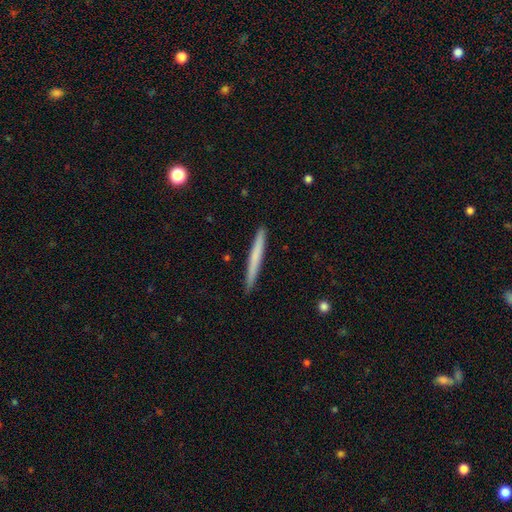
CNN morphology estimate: type=smooth (65%); roundness=cigar-shaped (97%); merging=none (92%).